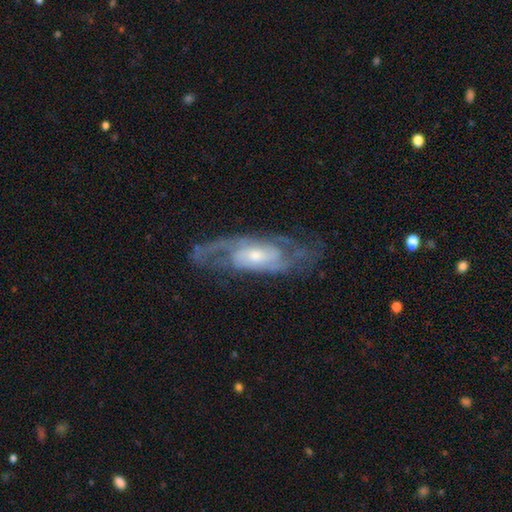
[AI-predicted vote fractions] Smooth or featured?
  - featured or disk: 85% *
  - smooth: 10%
  - star or artifact: 5%
Edge-on disk?
  - no: 90% *
  - yes: 10%
Bar?
  - no: 56% *
  - weak: 35%
  - strong: 9%
Spiral arms?
  - yes: 93% *
  - no: 7%
Spiral winding?
  - medium: 46% *
  - tight: 37%
  - loose: 18%
Spiral arm count?
  - 2: 55% *
  - can't tell: 24%
  - 3: 10%
  - 1: 5%
  - 4: 4%
  - more than 4: 3%
Bulge size?
  - moderate: 50% *
  - small: 40%
  - large: 7%
  - none: 2%
  - dominant: 1%
Merging?
  - none: 66% *
  - minor disturbance: 18%
  - major disturbance: 15%
  - merger: 2%